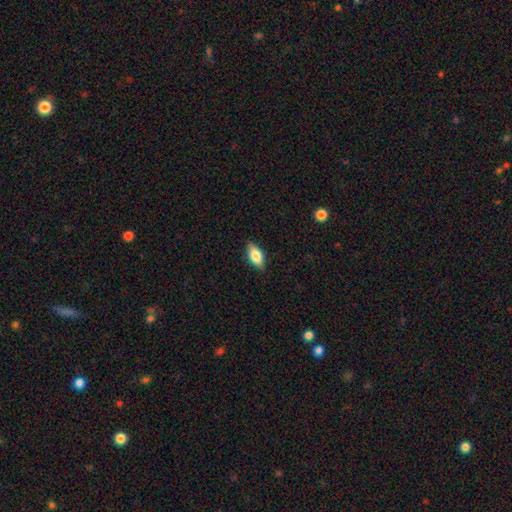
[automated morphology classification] smooth-or-featured: smooth: 72% | featured or disk: 21% | star or artifact: 7%
  how-rounded: in between: 85% | cigar-shaped: 11% | round: 4%
  merging: none: 86% | minor disturbance: 11% | major disturbance: 2% | merger: 1%